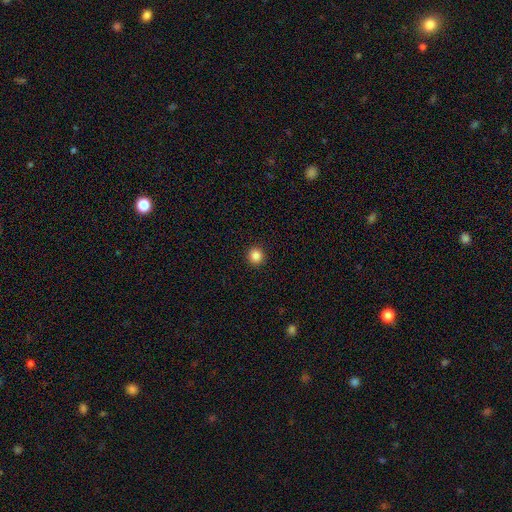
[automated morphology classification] The model was most divided on "smooth or featured": smooth: 86%, star or artifact: 11%, featured or disk: 3%. More confident: merging — none (93%); how rounded — round (93%).